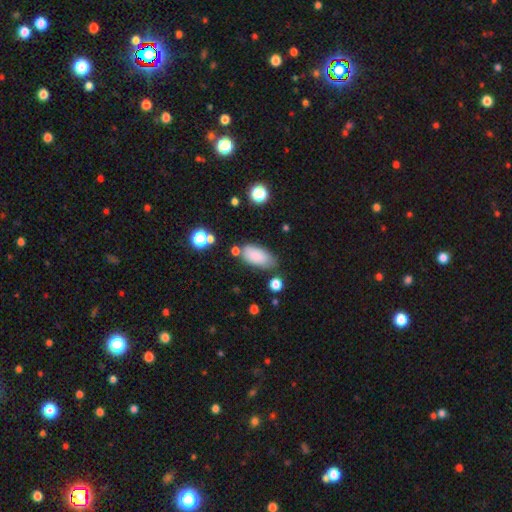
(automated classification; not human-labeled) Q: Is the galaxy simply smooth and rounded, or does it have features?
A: smooth — 83%.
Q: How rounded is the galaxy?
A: in between — 91%.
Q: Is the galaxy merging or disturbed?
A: none — 64%.